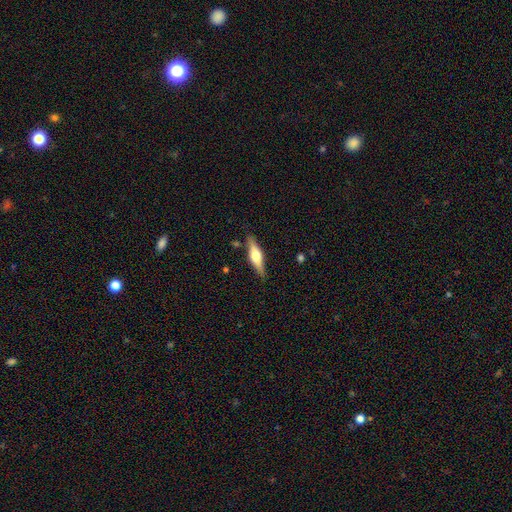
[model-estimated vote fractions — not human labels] A featured or disk galaxy (57%) viewed edge-on (95%) with a rounded central bulge (89%).

Vote fractions:
- Smooth or featured? featured or disk: 57% / smooth: 37% / star or artifact: 6%
- Edge-on disk? yes: 95% / no: 5%
- Edge-on bulge? rounded: 89% / boxy: 9% / none: 2%
- Merging? none: 84% / minor disturbance: 11% / major disturbance: 2% / merger: 2%